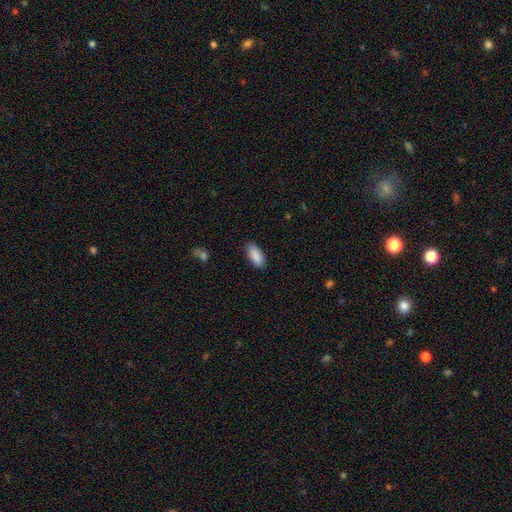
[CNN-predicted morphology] Smooth or featured?
  - smooth: 90% *
  - star or artifact: 6%
  - featured or disk: 4%
How rounded?
  - in between: 91% *
  - cigar-shaped: 7%
  - round: 2%
Merging?
  - none: 87% *
  - minor disturbance: 10%
  - major disturbance: 2%
  - merger: 1%